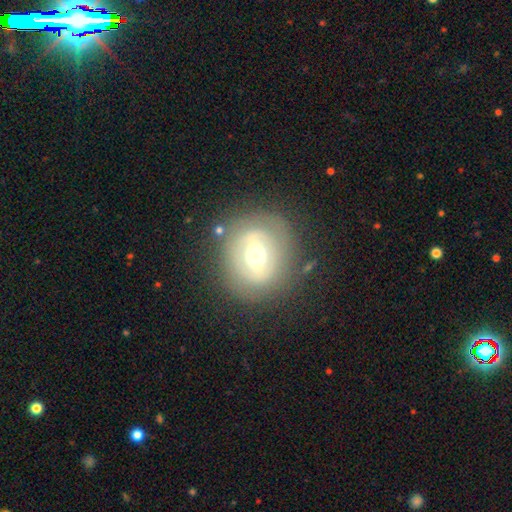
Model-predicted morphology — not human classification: Overall: featured or disk (56%; smooth 36%). Edge-on disk: no (94%). Bar: weak (38%; strong 33%). Spiral arms: no (64%; yes 36%). Bulge size: moderate (70%). Merging: none (76%).